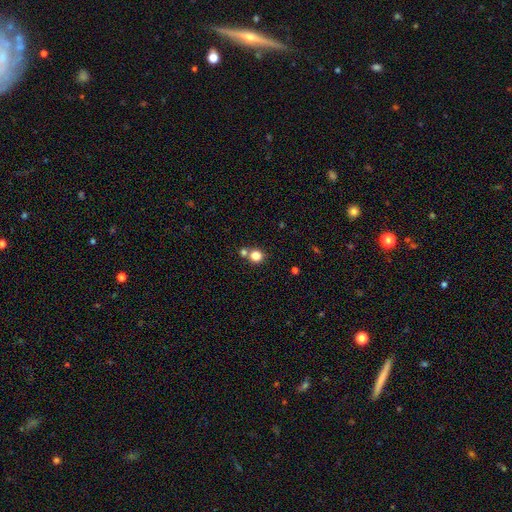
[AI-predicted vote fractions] Smooth or featured? Predicted: smooth (p=0.81). How rounded? Predicted: round (p=0.89). Merging? Predicted: none (p=0.63).